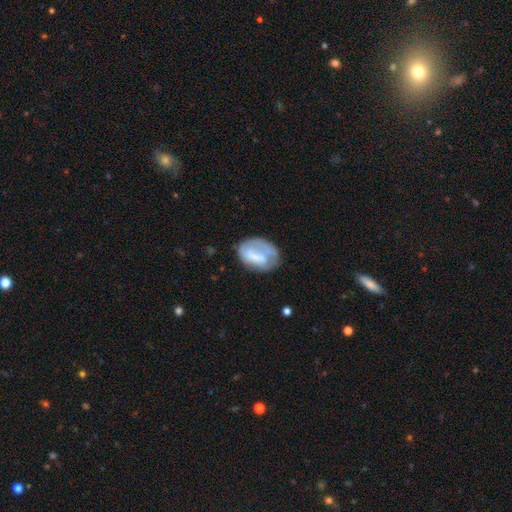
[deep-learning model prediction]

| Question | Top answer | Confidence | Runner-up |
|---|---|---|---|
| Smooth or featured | smooth | 53% | featured or disk (40%) |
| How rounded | in between | 76% | round (23%) |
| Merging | none | 46% | minor disturbance (28%) |